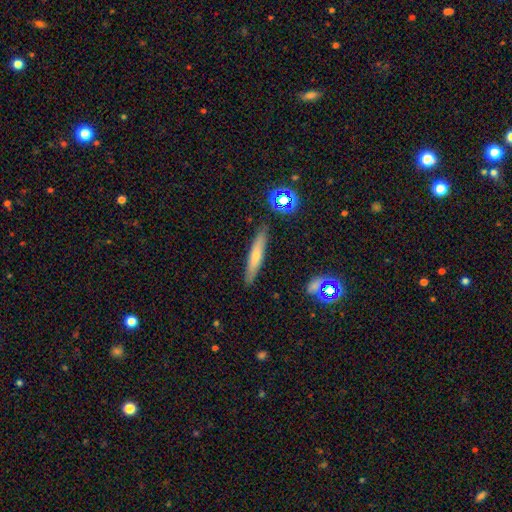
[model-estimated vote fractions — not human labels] A smooth galaxy with no disk features (55%) that is cigar-shaped (91%).

Vote fractions:
- Smooth or featured? smooth: 55% / featured or disk: 36% / star or artifact: 9%
- How rounded? cigar-shaped: 91% / in between: 7% / round: 2%
- Merging? none: 88% / minor disturbance: 8% / merger: 2% / major disturbance: 2%